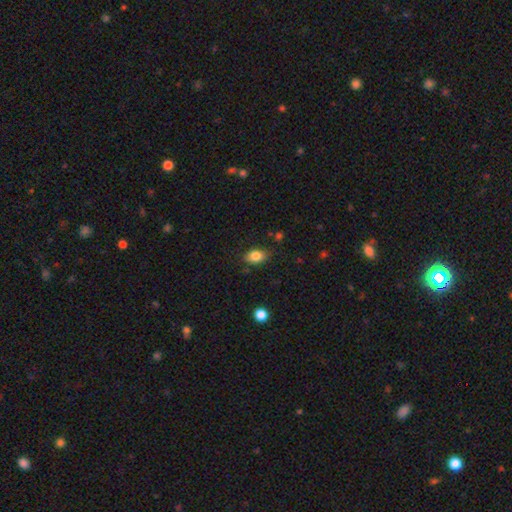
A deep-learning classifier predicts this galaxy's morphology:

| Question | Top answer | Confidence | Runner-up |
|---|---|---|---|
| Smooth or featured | smooth | 83% | star or artifact (9%) |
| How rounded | in between | 81% | round (17%) |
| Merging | none | 81% | minor disturbance (14%) |